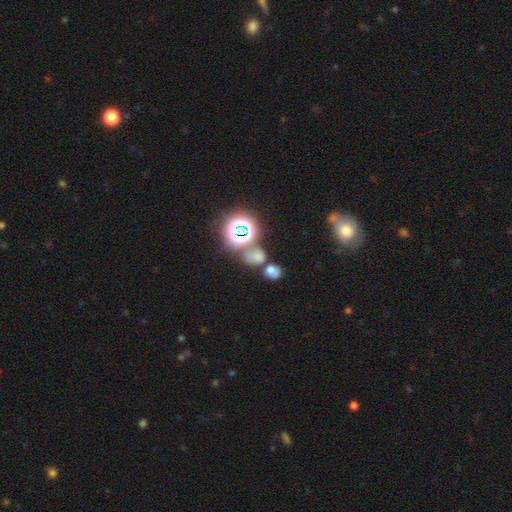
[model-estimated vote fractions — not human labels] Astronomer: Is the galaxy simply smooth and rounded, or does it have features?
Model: star or artifact — 55% (runner-up: smooth, 34%).